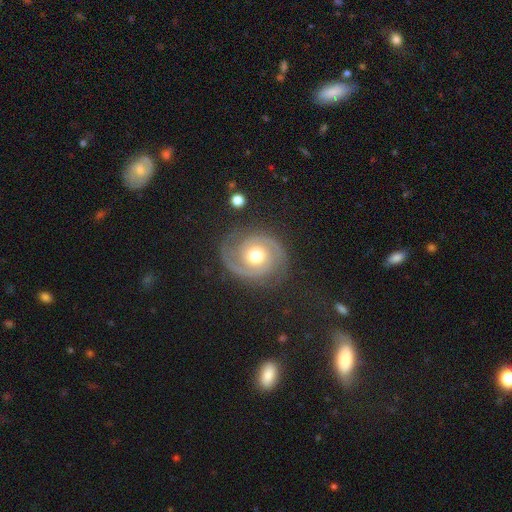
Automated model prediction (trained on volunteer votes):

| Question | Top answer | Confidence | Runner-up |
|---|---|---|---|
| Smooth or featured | featured or disk | 89% | smooth (6%) |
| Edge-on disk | no | 98% | yes (2%) |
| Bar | no | 76% | weak (19%) |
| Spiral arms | yes | 97% | no (3%) |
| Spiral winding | tight | 57% | medium (36%) |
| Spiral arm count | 2 | 92% | can't tell (3%) |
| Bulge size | moderate | 76% | small (12%) |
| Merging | none | 82% | minor disturbance (12%) |